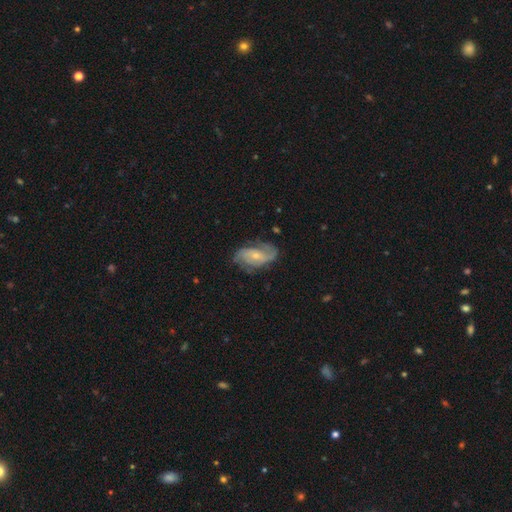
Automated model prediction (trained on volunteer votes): Smooth or featured? featured or disk (77%)
Edge-on disk? no (96%)
Bar? no (48%)
Spiral arms? yes (91%)
Spiral winding? medium (44%)
Spiral arm count? 2 (75%)
Bulge size? small (63%)
Merging? none (66%)